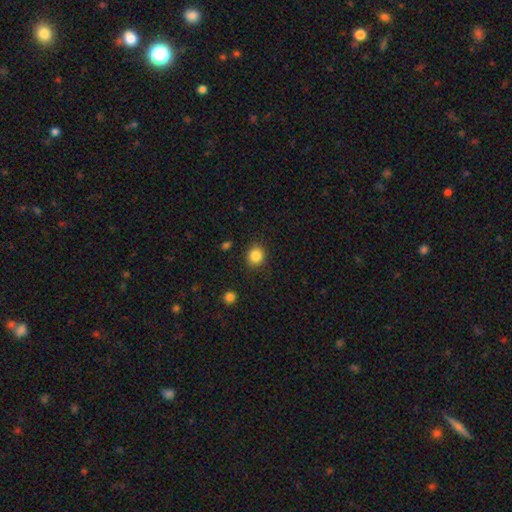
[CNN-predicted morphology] Q: Smooth or featured?
A: smooth (85%); runner-up: star or artifact (10%)
Q: How rounded?
A: round (83%); runner-up: in between (16%)
Q: Merging?
A: none (88%); runner-up: minor disturbance (8%)